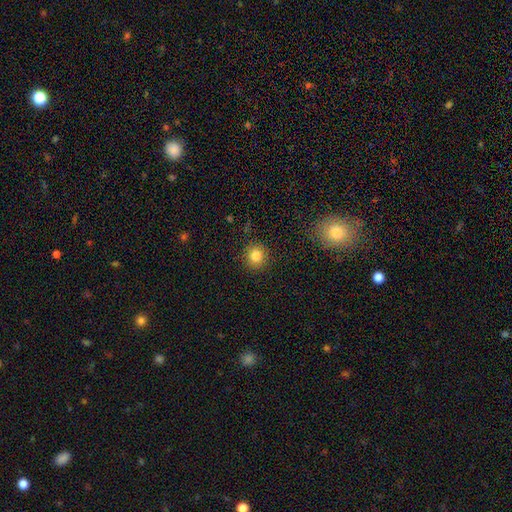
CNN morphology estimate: type=smooth (83%); roundness=round (90%); merging=none (89%).